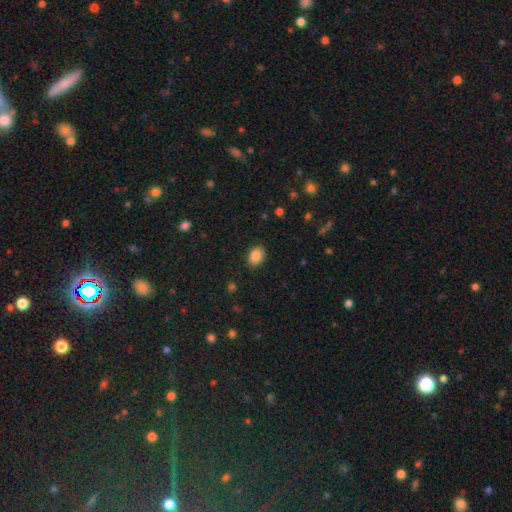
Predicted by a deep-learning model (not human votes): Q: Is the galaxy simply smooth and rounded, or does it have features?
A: smooth — 87%.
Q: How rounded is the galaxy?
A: in between — 74%.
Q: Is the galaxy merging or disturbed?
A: none — 86%.